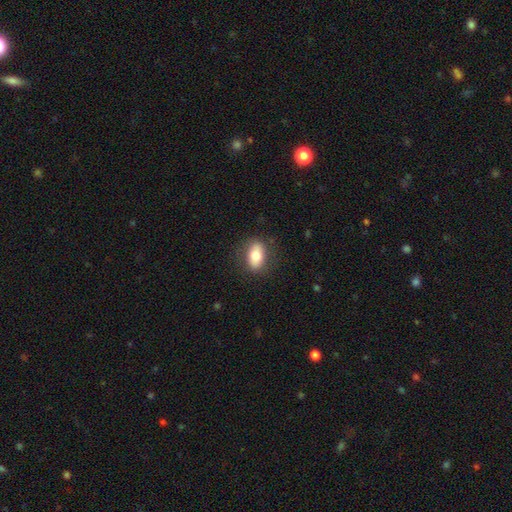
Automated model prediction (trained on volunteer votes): Smooth or featured? smooth (72%)
How rounded? in between (83%)
Merging? none (83%)